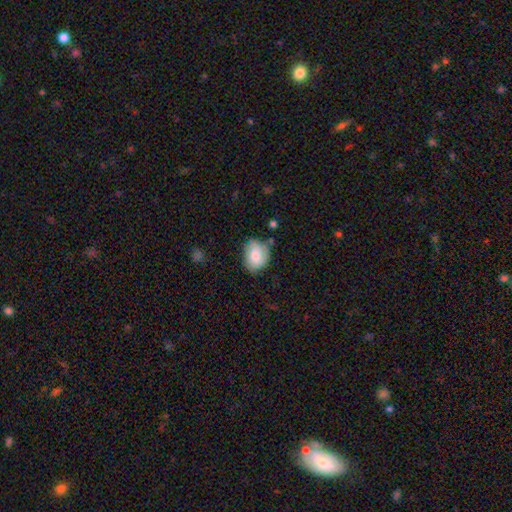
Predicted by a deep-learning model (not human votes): This appears to be a smooth galaxy with no disk features (81%) that is in between round and cigar-shaped (59%). Merging: none (67%).